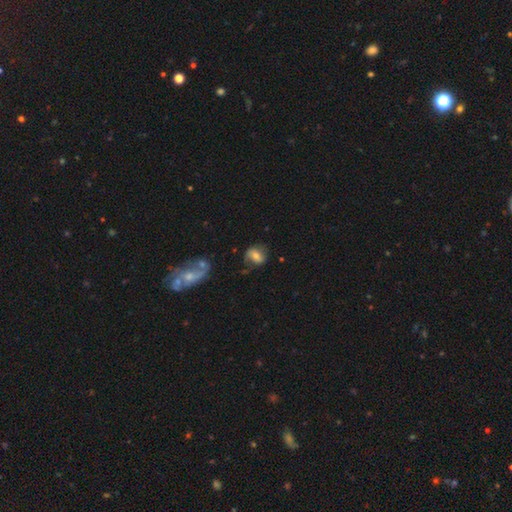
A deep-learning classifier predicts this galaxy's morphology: Q: Smooth or featured?
A: smooth (53%); runner-up: featured or disk (37%)
Q: How rounded?
A: in between (53%); runner-up: round (45%)
Q: Merging?
A: none (62%); runner-up: minor disturbance (23%)